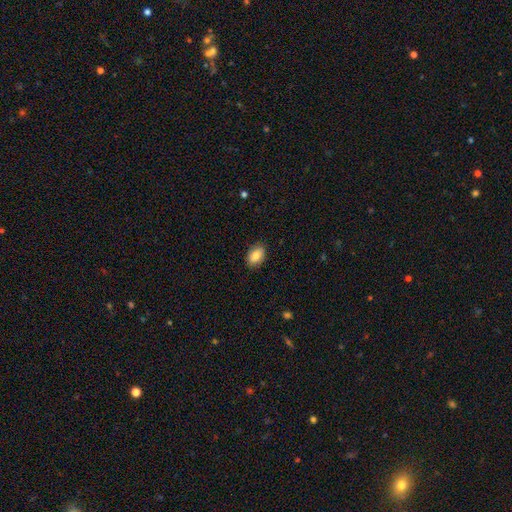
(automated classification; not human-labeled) smooth-or-featured: smooth: 84% | featured or disk: 8% | star or artifact: 7%
  how-rounded: in between: 84% | round: 14% | cigar-shaped: 1%
  merging: none: 87% | minor disturbance: 10% | major disturbance: 2% | merger: 1%